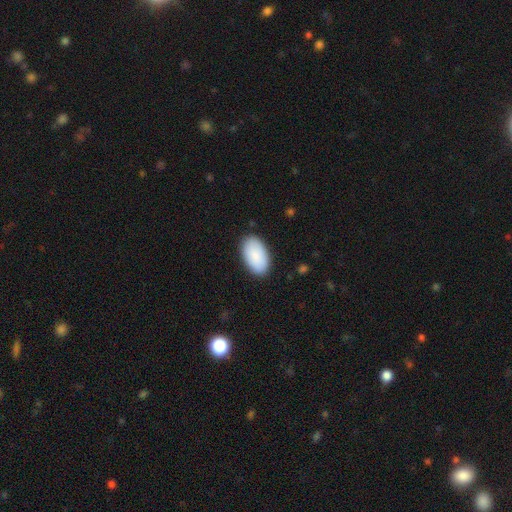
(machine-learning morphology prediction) The model was most divided on "merging": none: 87%, minor disturbance: 10%, major disturbance: 2%, merger: 1%. More confident: how rounded — in between (96%); smooth or featured — smooth (88%).